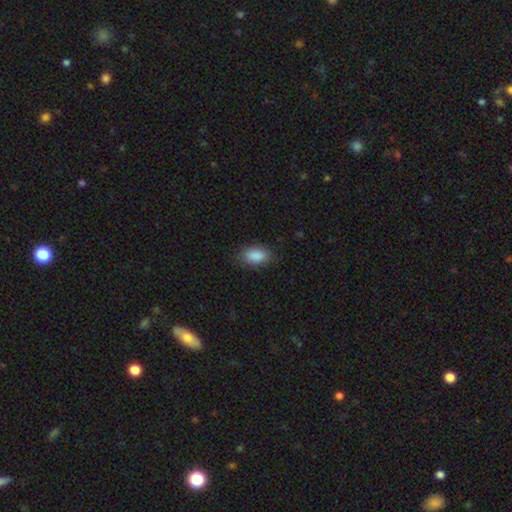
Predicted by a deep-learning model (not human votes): Smooth or featured?
  - smooth: 89% *
  - star or artifact: 7%
  - featured or disk: 4%
How rounded?
  - in between: 92% *
  - round: 6%
  - cigar-shaped: 3%
Merging?
  - none: 84% *
  - minor disturbance: 12%
  - major disturbance: 3%
  - merger: 1%